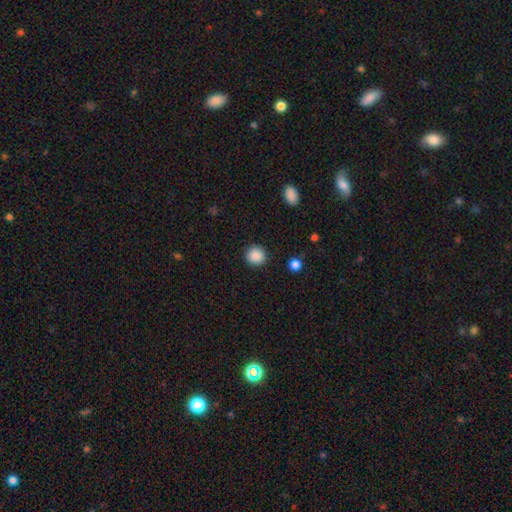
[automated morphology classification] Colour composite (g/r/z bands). It shows a smooth galaxy with no disk features (88%) that is round (92%). Merging: none (91%).